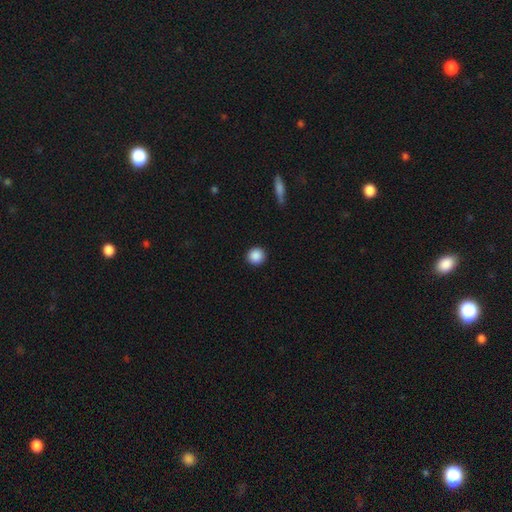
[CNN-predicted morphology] type=smooth (89%); roundness=round (94%); merging=none (92%).